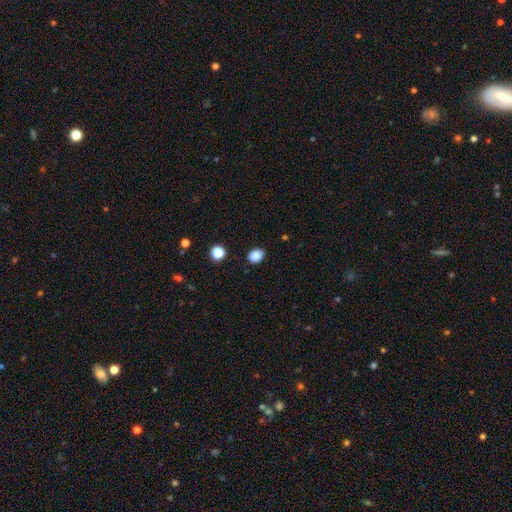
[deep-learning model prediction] This appears to be a smooth galaxy with no disk features (86%) that is in between round and cigar-shaped (50%). Merging: none (87%).